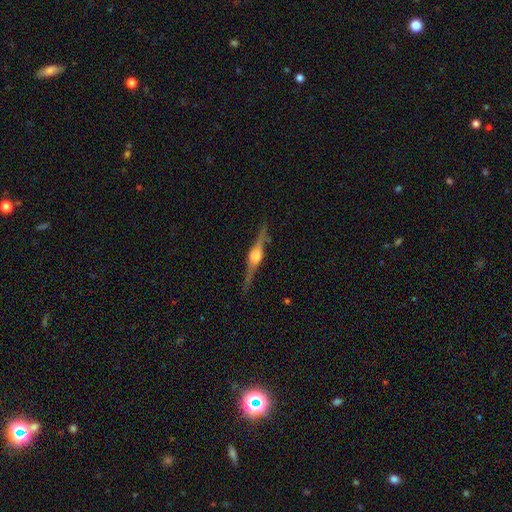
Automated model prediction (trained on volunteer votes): featured or disk 84%, smooth 10%, star or artifact 6%. Down the decision tree: edge-on disk — yes (98%); edge-on bulge — rounded (87%); merging — none (86%).